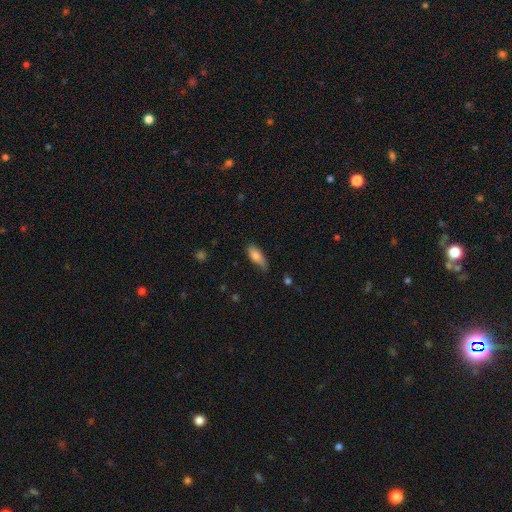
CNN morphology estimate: A smooth galaxy with no disk features (79%) that is in between round and cigar-shaped (73%).

Vote fractions:
- Smooth or featured? smooth: 79% / featured or disk: 14% / star or artifact: 7%
- How rounded? in between: 73% / cigar-shaped: 25% / round: 3%
- Merging? none: 53% / minor disturbance: 36% / major disturbance: 8% / merger: 2%